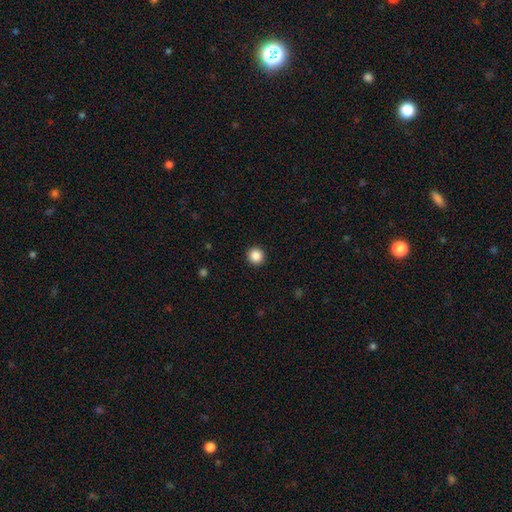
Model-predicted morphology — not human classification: This is clearly a smooth galaxy (86%). How rounded: clearly round (95%). Merging: clearly none (93%).